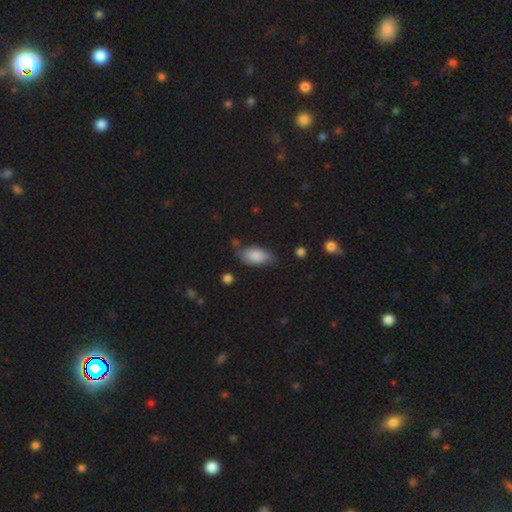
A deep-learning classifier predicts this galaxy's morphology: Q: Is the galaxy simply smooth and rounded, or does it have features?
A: smooth — 83%.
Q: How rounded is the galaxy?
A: in between — 91%.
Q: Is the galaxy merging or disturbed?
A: none — 65%.